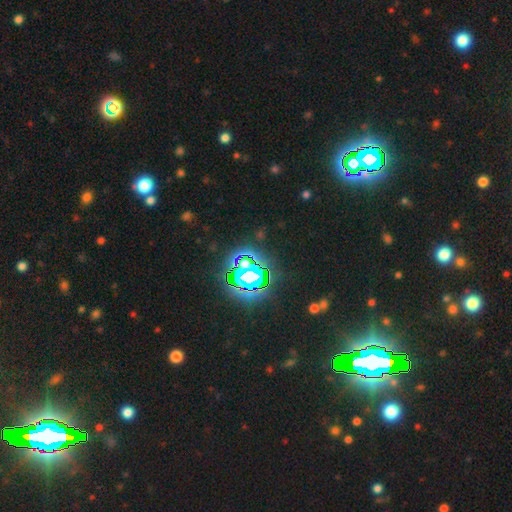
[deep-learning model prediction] Smooth or featured?
  - star or artifact: 83% *
  - smooth: 10%
  - featured or disk: 7%